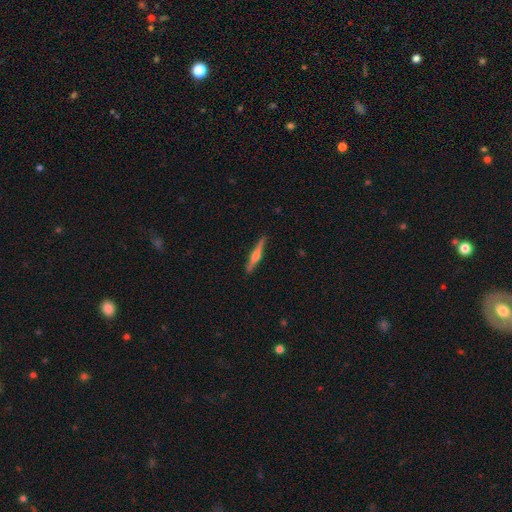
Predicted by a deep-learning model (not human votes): Overall: featured or disk (67%; smooth 28%). Edge-on disk: yes (98%). Edge-on bulge: rounded (82%). Merging: none (89%).